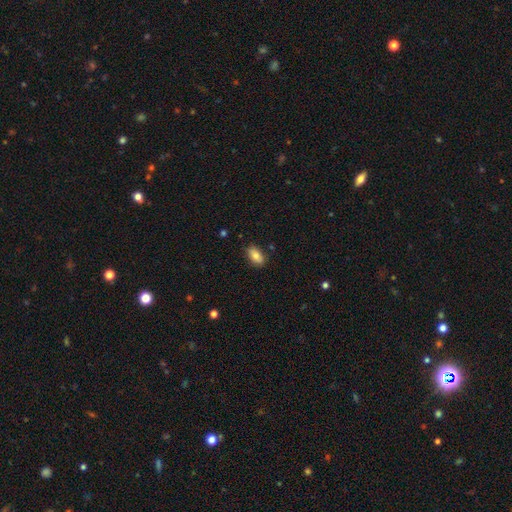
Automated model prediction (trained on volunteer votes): The model was most divided on "smooth or featured": smooth: 81%, featured or disk: 11%, star or artifact: 8%. More confident: how rounded — in between (91%); merging — none (84%).